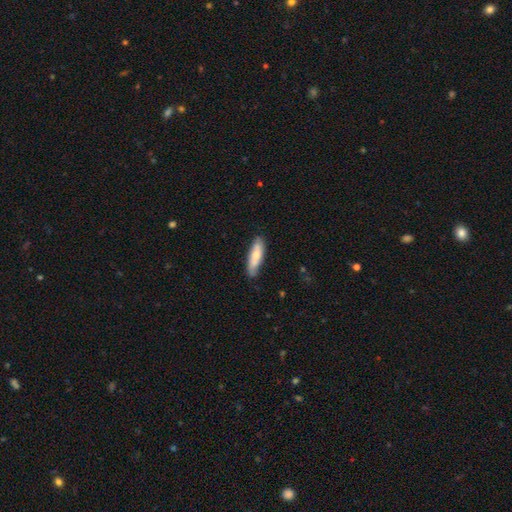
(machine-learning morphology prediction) Smooth or featured?
  - smooth: 66% *
  - featured or disk: 29%
  - star or artifact: 6%
How rounded?
  - cigar-shaped: 58% *
  - in between: 40%
  - round: 2%
Merging?
  - none: 77% *
  - minor disturbance: 18%
  - major disturbance: 3%
  - merger: 2%